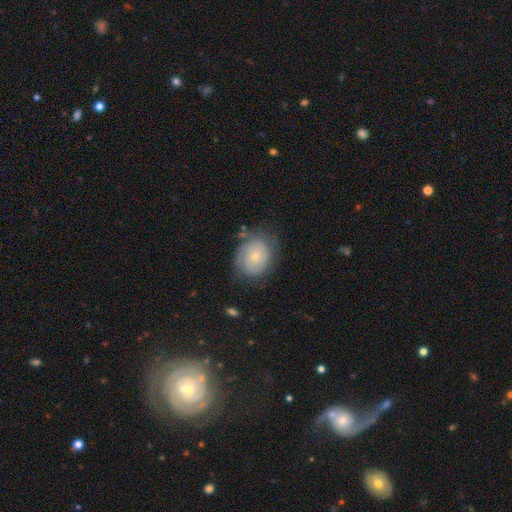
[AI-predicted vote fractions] Morphology: type=featured or disk (46%); merging=none (67%).